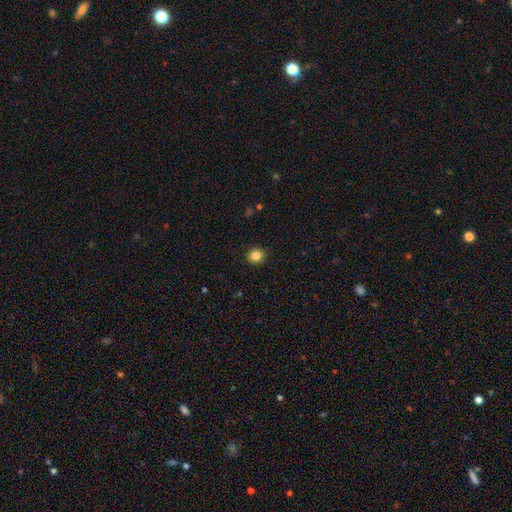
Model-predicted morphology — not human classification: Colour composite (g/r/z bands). It shows a smooth galaxy with no disk features (84%) that is round (90%). Merging: none (92%).